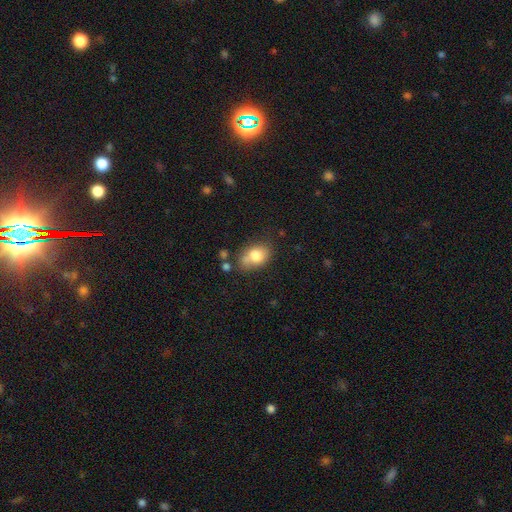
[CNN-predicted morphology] The model was most divided on "merging": none: 53%, minor disturbance: 22%, merger: 18%, major disturbance: 7%. More confident: smooth or featured — smooth (77%); how rounded — in between (70%).